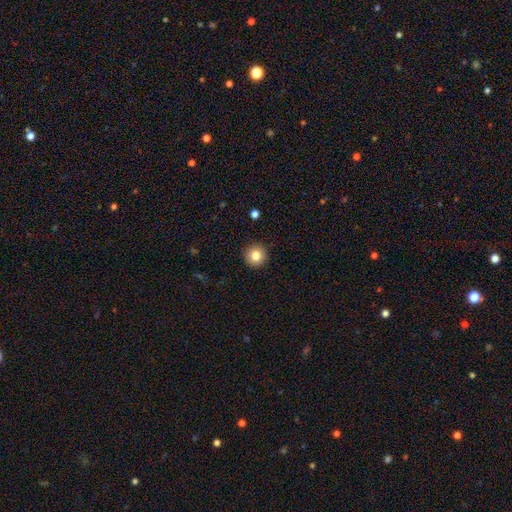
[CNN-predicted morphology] Overall: smooth (82%). How rounded: round (96%). Merging: none (93%).